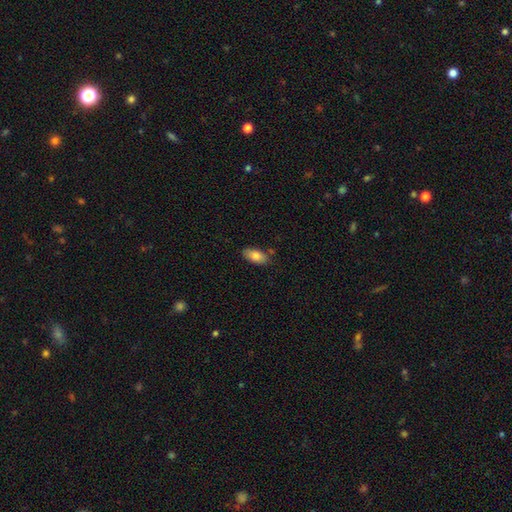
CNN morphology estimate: This is clearly a smooth galaxy (81%). How rounded: clearly in between (92%). Merging: likely none (78%).